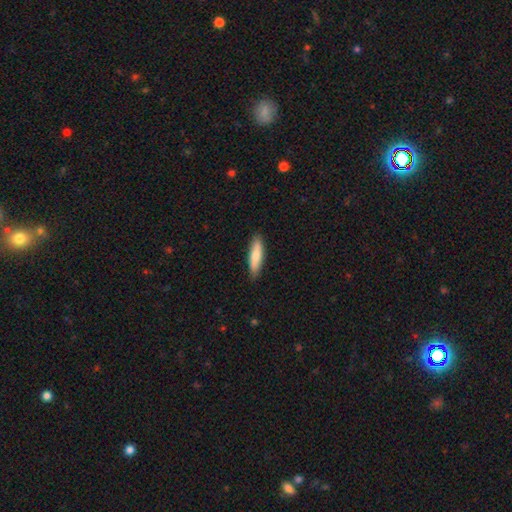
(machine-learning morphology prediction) Smooth or featured? Predicted: smooth (p=0.79). How rounded? Predicted: cigar-shaped (p=0.68). Merging? Predicted: none (p=0.87).